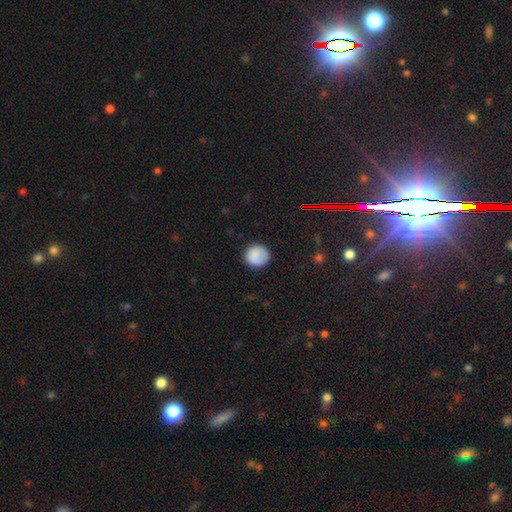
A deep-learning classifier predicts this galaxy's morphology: Smooth or featured? smooth (86%)
How rounded? round (92%)
Merging? none (86%)